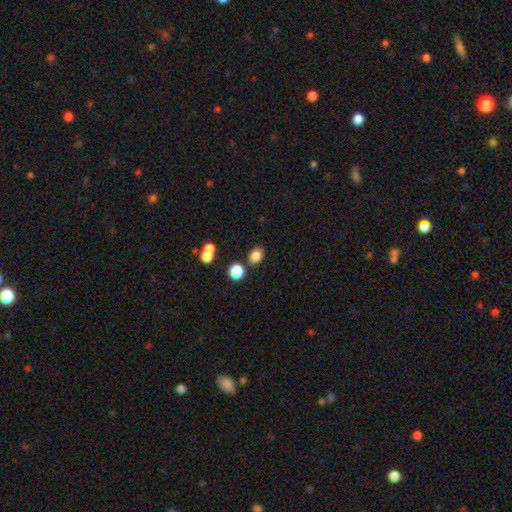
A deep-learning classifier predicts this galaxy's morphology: Smooth or featured? Predicted: smooth (p=0.83). How rounded? Predicted: in between (p=0.51). Merging? Predicted: none (p=0.78).